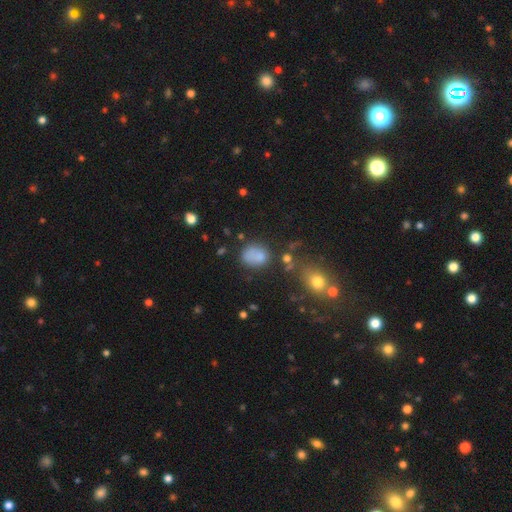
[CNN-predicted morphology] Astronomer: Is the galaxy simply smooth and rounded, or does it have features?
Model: smooth — 76%.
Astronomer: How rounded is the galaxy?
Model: round — 53% (runner-up: in between, 46%).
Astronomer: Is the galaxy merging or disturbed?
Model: none — 56%.